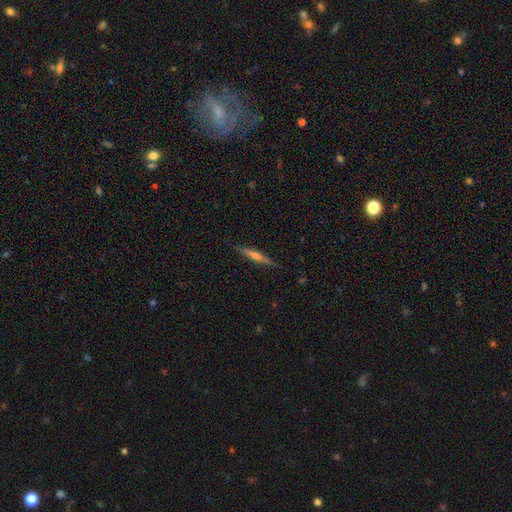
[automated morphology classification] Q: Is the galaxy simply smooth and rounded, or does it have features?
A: featured or disk — 65%.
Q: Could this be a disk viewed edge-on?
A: yes — 97%.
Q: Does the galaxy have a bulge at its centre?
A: rounded — 74%.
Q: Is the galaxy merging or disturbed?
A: none — 90%.